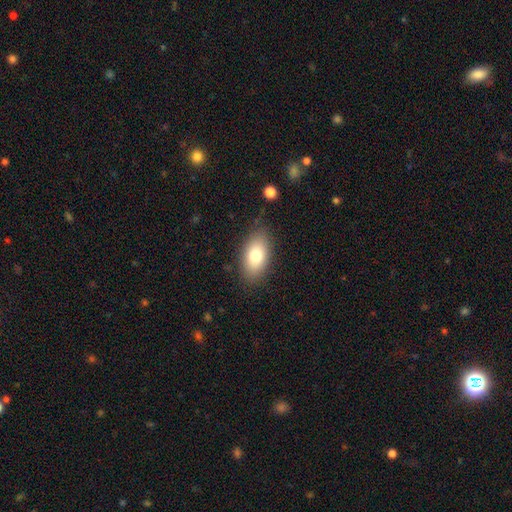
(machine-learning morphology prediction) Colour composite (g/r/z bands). It shows a smooth galaxy with no disk features (78%) that is in between round and cigar-shaped (91%). Merging: none (83%).